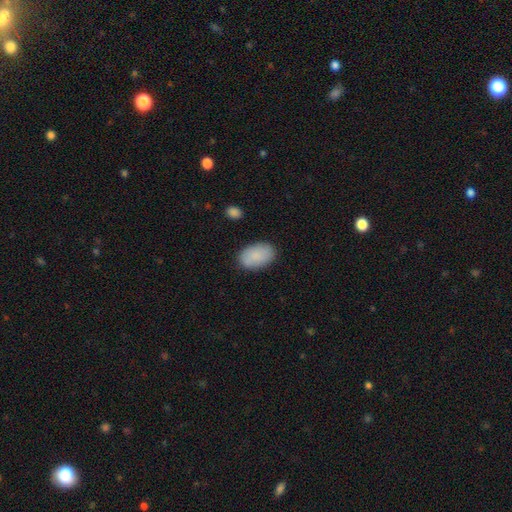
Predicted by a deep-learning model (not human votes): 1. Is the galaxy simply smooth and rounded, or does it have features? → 88% smooth, 6% star or artifact, 6% featured or disk.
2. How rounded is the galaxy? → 93% in between, 6% round, 1% cigar-shaped.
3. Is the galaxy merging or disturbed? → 85% none, 11% minor disturbance, 3% major disturbance, 1% merger.